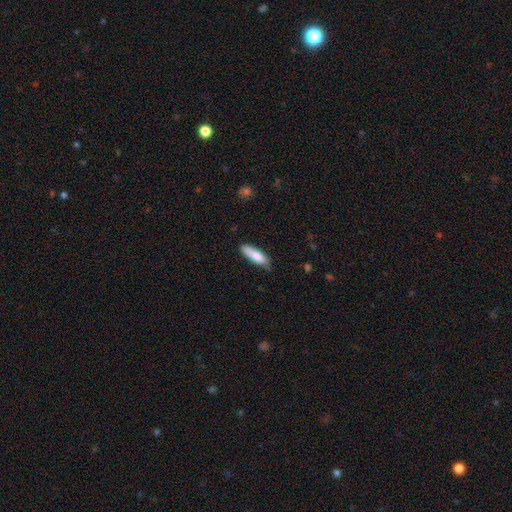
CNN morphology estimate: Smooth or featured?
  - smooth: 80% *
  - featured or disk: 14%
  - star or artifact: 6%
How rounded?
  - cigar-shaped: 54% *
  - in between: 44%
  - round: 2%
Merging?
  - none: 66% *
  - minor disturbance: 28%
  - major disturbance: 4%
  - merger: 2%